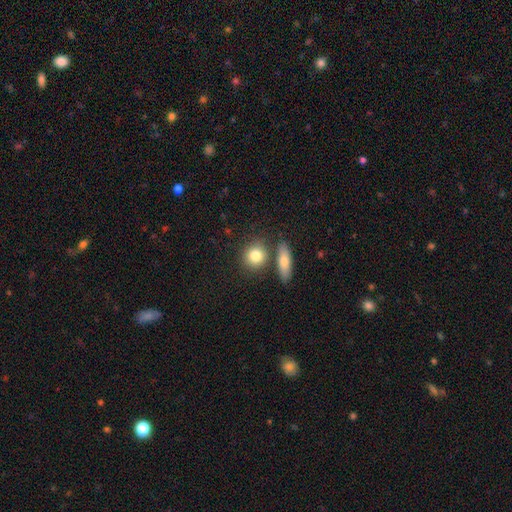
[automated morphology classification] A smooth galaxy with no disk features (82%) that is round (73%).

Vote fractions:
- Smooth or featured? smooth: 82% / featured or disk: 11% / star or artifact: 8%
- How rounded? round: 73% / in between: 23% / cigar-shaped: 4%
- Merging? none: 70% / merger: 17% / minor disturbance: 10% / major disturbance: 3%